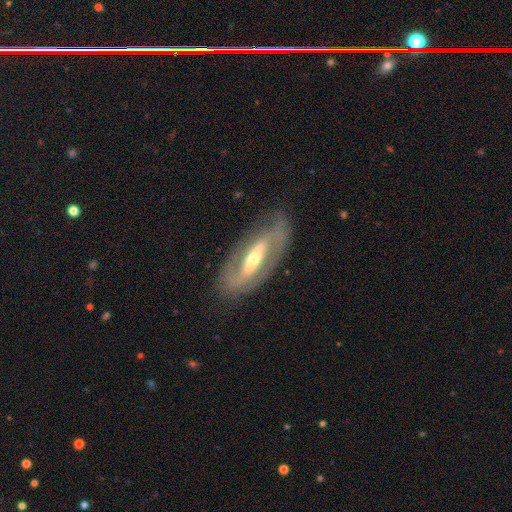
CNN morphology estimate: type=featured or disk (84%); edge-on=no (88%); bar=strong (57%); spiral arms=yes (82%); winding=medium (42%); arm count=2 (83%); bulge=moderate (53%); merging=none (78%).